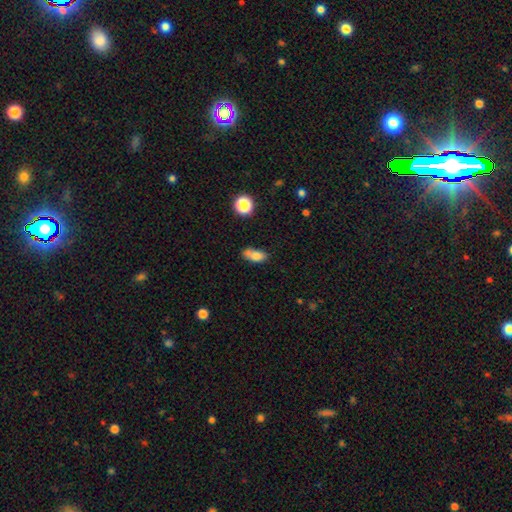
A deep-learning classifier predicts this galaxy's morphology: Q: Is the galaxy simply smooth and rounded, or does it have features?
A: smooth — 77%.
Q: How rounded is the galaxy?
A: in between — 82%.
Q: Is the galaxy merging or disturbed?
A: none — 48%.